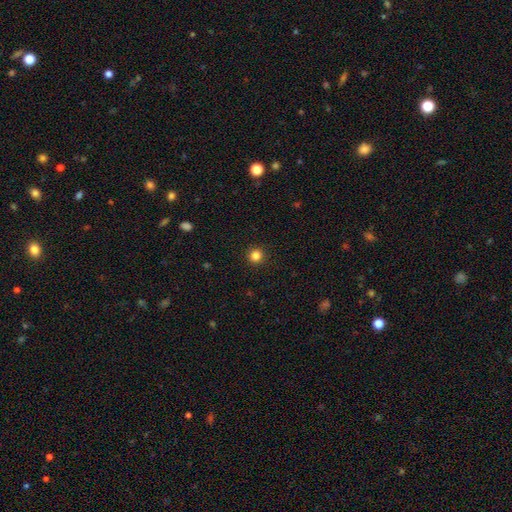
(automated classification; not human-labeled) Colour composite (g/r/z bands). It shows a smooth galaxy with no disk features (83%) that is round (95%). Merging: none (93%).